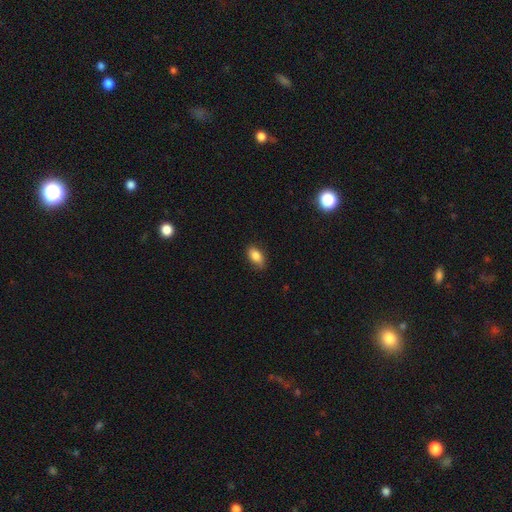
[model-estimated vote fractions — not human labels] Smooth or featured?
  - smooth: 83% *
  - featured or disk: 9%
  - star or artifact: 8%
How rounded?
  - in between: 88% *
  - cigar-shaped: 6%
  - round: 6%
Merging?
  - none: 79% *
  - minor disturbance: 17%
  - major disturbance: 3%
  - merger: 1%